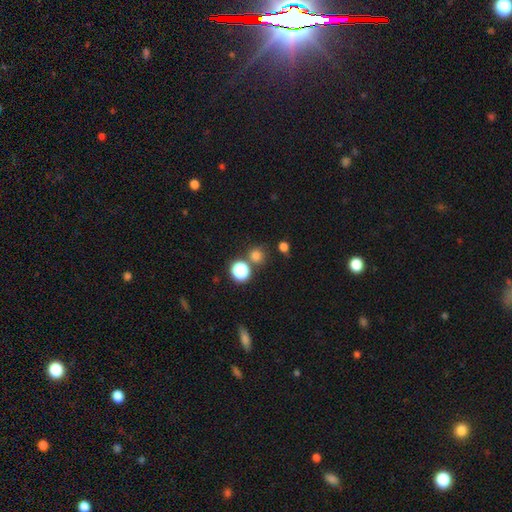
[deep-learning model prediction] Smooth or featured? Predicted: smooth (p=0.74). How rounded? Predicted: round (p=0.90). Merging? Predicted: none (p=0.75).